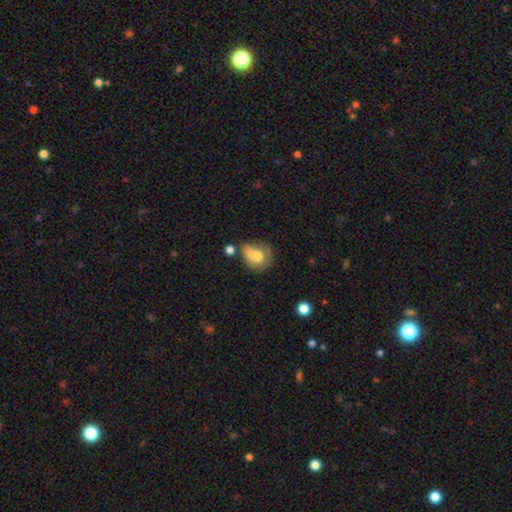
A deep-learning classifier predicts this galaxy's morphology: smooth 65%, featured or disk 26%, star or artifact 9%. Down the decision tree: how rounded — round (55%); merging — merger (33%).